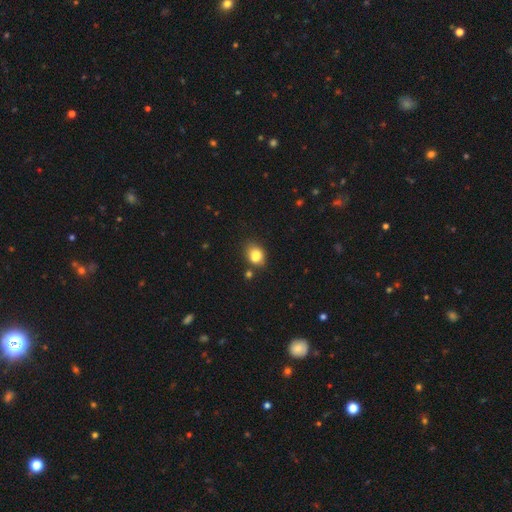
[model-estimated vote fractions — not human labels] A smooth galaxy with no disk features (80%) that is in between round and cigar-shaped (55%).

Vote fractions:
- Smooth or featured? smooth: 80% / star or artifact: 11% / featured or disk: 9%
- How rounded? in between: 55% / round: 43% / cigar-shaped: 1%
- Merging? none: 57% / minor disturbance: 20% / merger: 16% / major disturbance: 6%